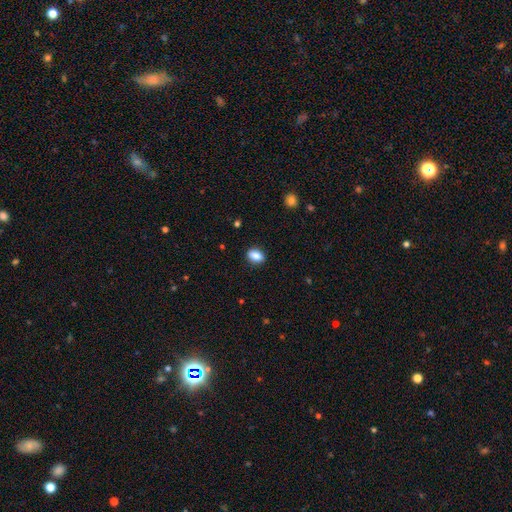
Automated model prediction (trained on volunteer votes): Smooth or featured? Predicted: smooth (p=0.84). How rounded? Predicted: in between (p=0.78). Merging? Predicted: none (p=0.88).